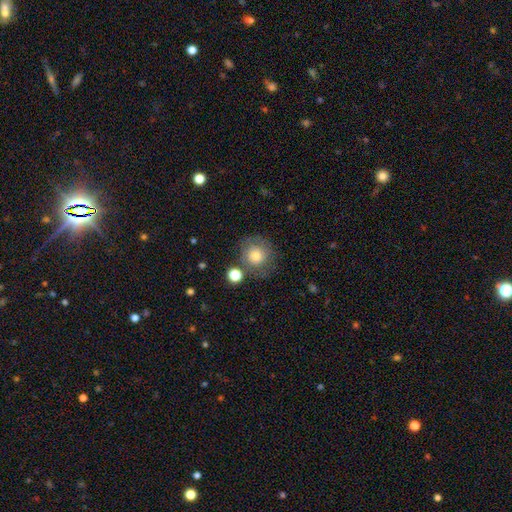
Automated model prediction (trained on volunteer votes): A smooth galaxy with no disk features (73%) that is round (90%).

Vote fractions:
- Smooth or featured? smooth: 73% / featured or disk: 17% / star or artifact: 10%
- How rounded? round: 90% / in between: 9% / cigar-shaped: 1%
- Merging? none: 68% / minor disturbance: 16% / merger: 8% / major disturbance: 8%